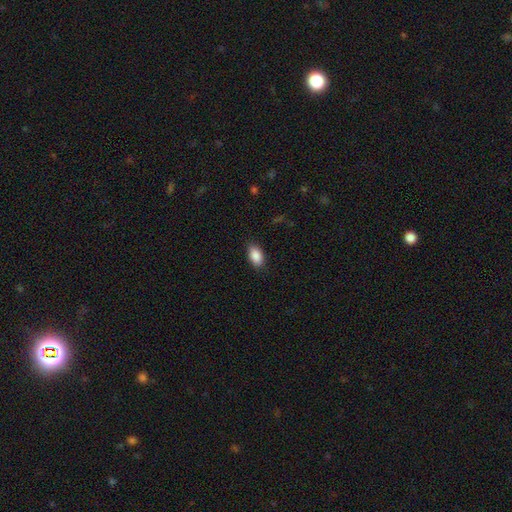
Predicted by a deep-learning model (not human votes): Overall: smooth (89%). How rounded: in between (92%). Merging: none (86%).